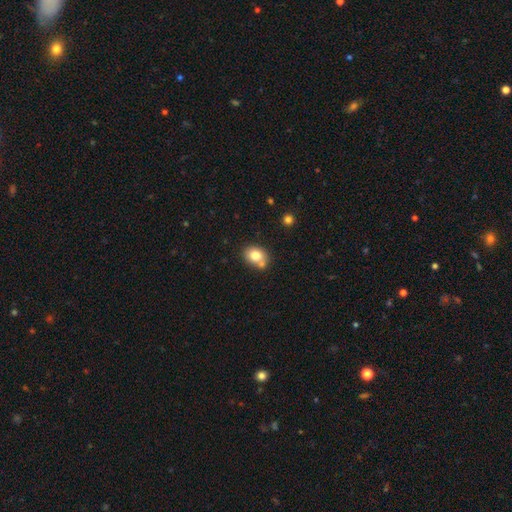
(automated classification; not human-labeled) Smooth or featured?
  - smooth: 78% *
  - featured or disk: 12%
  - star or artifact: 10%
How rounded?
  - in between: 54% *
  - round: 46%
  - cigar-shaped: 1%
Merging?
  - none: 60% *
  - merger: 22%
  - minor disturbance: 14%
  - major disturbance: 3%